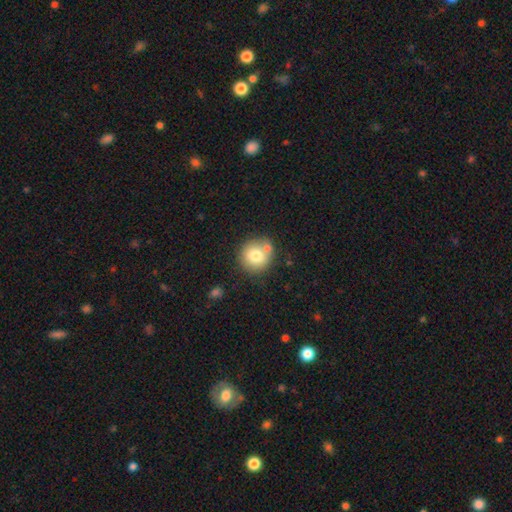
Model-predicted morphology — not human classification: The model was most divided on "merging": none: 66%, merger: 20%, minor disturbance: 11%, major disturbance: 3%. More confident: how rounded — round (91%); smooth or featured — smooth (75%).